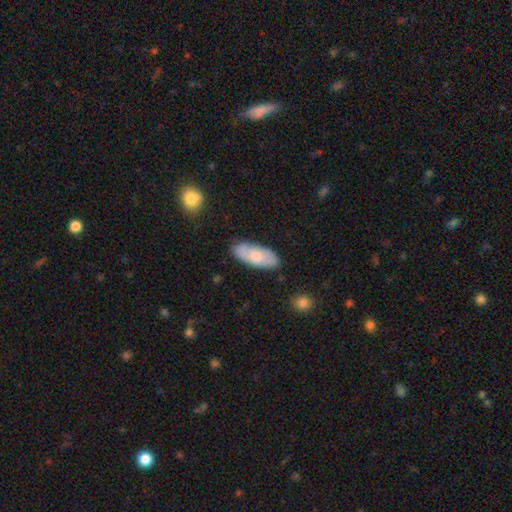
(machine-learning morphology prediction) A smooth galaxy with no disk features (68%) that is in between round and cigar-shaped (82%).

Vote fractions:
- Smooth or featured? smooth: 68% / featured or disk: 26% / star or artifact: 6%
- How rounded? in between: 82% / cigar-shaped: 16% / round: 2%
- Merging? none: 79% / minor disturbance: 16% / major disturbance: 3% / merger: 2%